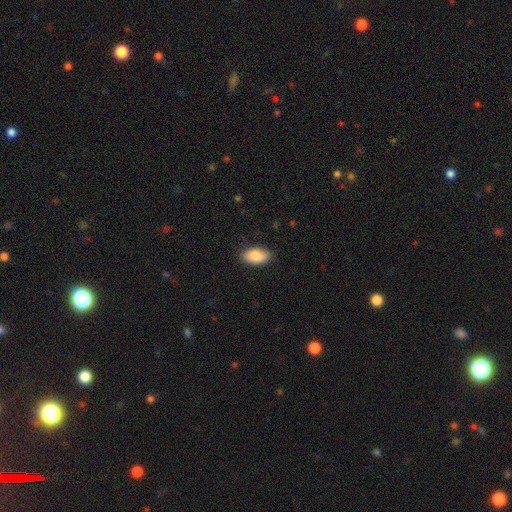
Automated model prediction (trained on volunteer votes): A smooth galaxy with no disk features (84%) that is in between round and cigar-shaped (94%).

Vote fractions:
- Smooth or featured? smooth: 84% / featured or disk: 10% / star or artifact: 6%
- How rounded? in between: 94% / round: 4% / cigar-shaped: 2%
- Merging? none: 86% / minor disturbance: 11% / major disturbance: 2% / merger: 1%